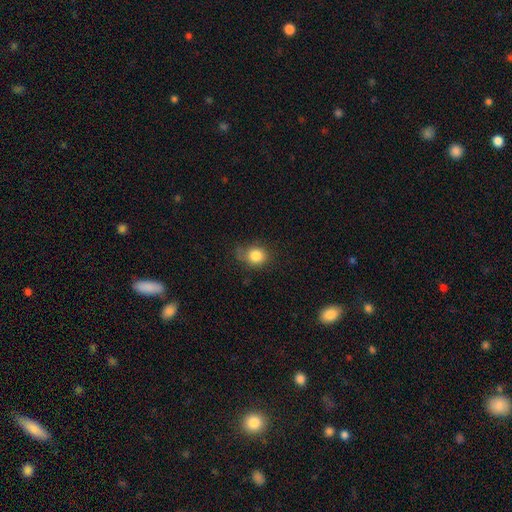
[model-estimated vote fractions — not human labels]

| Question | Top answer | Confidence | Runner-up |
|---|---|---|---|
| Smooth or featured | smooth | 82% | star or artifact (10%) |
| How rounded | round | 67% | in between (32%) |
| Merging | none | 57% | minor disturbance (30%) |